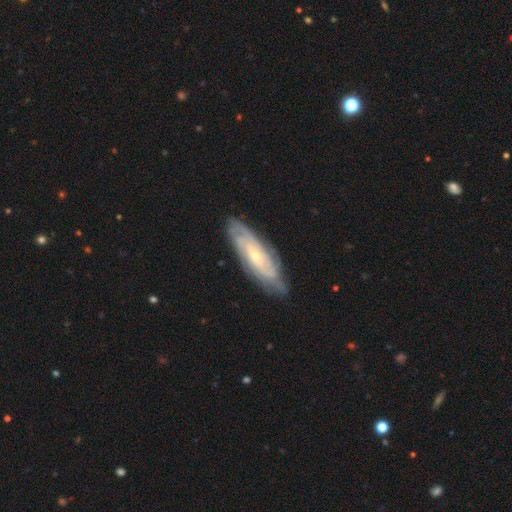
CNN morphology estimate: Smooth or featured? Predicted: featured or disk (p=0.82). Edge-on disk? Predicted: no (p=0.85). Bar? Predicted: no (p=0.63). Spiral arms? Predicted: yes (p=0.94). Spiral winding? Predicted: tight (p=0.71). Spiral arm count? Predicted: can't tell (p=0.43). Bulge size? Predicted: small (p=0.67). Merging? Predicted: none (p=0.79).